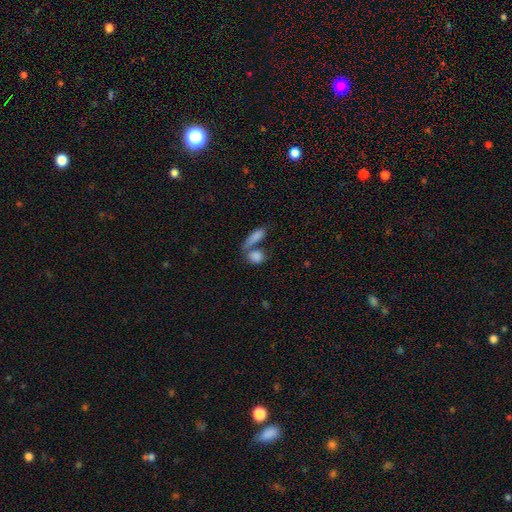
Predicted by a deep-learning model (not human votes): Smooth or featured?
  - smooth: 84% *
  - featured or disk: 8%
  - star or artifact: 7%
How rounded?
  - in between: 56% *
  - round: 33%
  - cigar-shaped: 11%
Merging?
  - none: 43% *
  - merger: 42%
  - minor disturbance: 9%
  - major disturbance: 5%